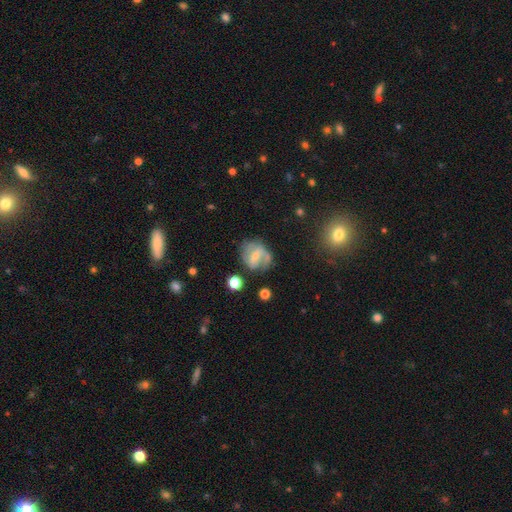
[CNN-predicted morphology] Smooth or featured? featured or disk (63%)
Edge-on disk? no (96%)
Bar? weak (46%)
Spiral arms? yes (78%)
Bulge size? small (56%)
Merging? none (54%)